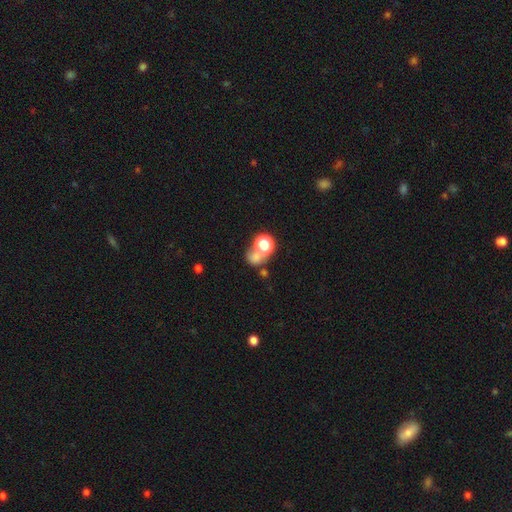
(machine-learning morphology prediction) A smooth galaxy with no disk features (62%) that is round (69%).

Vote fractions:
- Smooth or featured? smooth: 62% / star or artifact: 26% / featured or disk: 12%
- How rounded? round: 69% / in between: 29% / cigar-shaped: 1%
- Merging? merger: 41% / none: 40% / minor disturbance: 10% / major disturbance: 9%